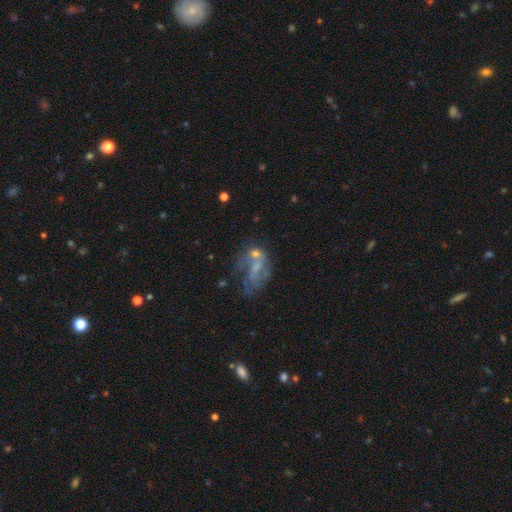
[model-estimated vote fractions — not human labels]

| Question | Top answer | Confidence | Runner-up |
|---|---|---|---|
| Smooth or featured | featured or disk | 57% | smooth (26%) |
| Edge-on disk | no | 96% | yes (4%) |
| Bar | no | 71% | weak (23%) |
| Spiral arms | no | 58% | yes (42%) |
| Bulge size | none | 39% | tied: small (39%) |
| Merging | none | 32% | major disturbance (29%) |